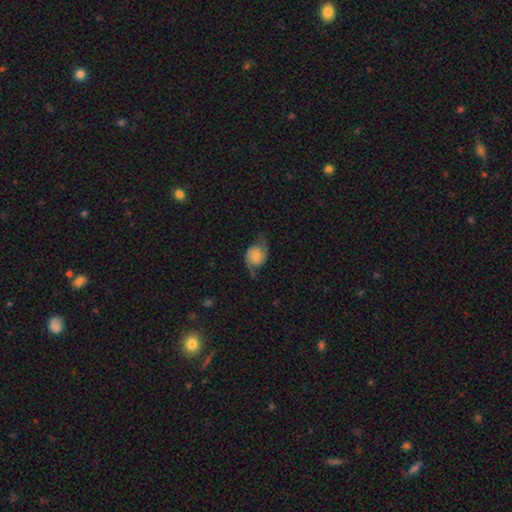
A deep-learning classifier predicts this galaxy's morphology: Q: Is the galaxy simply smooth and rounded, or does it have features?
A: featured or disk — 69%.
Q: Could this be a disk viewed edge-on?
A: no — 97%.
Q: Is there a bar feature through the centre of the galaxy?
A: no — 76%.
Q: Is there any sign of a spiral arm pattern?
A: yes — 94%.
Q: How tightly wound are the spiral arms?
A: loose — 54%.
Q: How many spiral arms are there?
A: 2 — 93%.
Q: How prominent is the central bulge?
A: small — 41%.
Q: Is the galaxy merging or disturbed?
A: none — 65%.